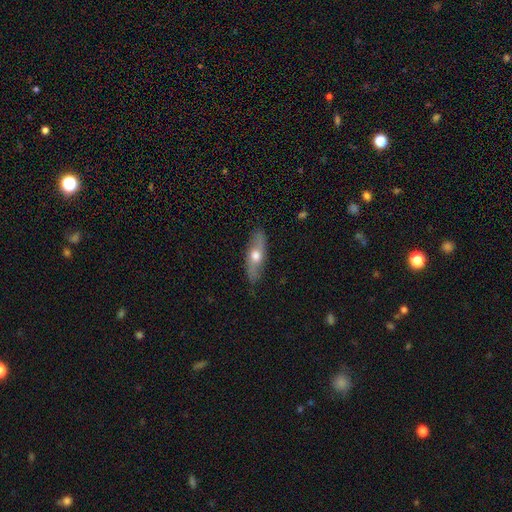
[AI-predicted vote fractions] The model was most divided on "how rounded": in between: 49%, cigar-shaped: 46%, round: 4%. More confident: merging — none (84%); smooth or featured — smooth (50%).